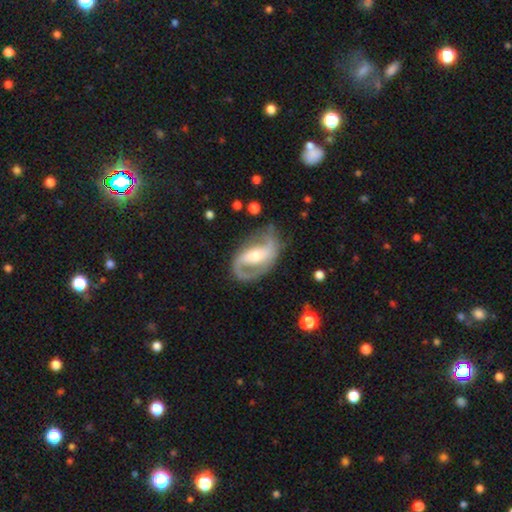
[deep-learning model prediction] Smooth or featured? Predicted: featured or disk (p=0.87). Edge-on disk? Predicted: no (p=0.96). Bar? Predicted: weak (p=0.39). Spiral arms? Predicted: yes (p=0.94). Spiral winding? Predicted: medium (p=0.48). Spiral arm count? Predicted: 2 (p=0.81). Bulge size? Predicted: moderate (p=0.59). Merging? Predicted: none (p=0.68).